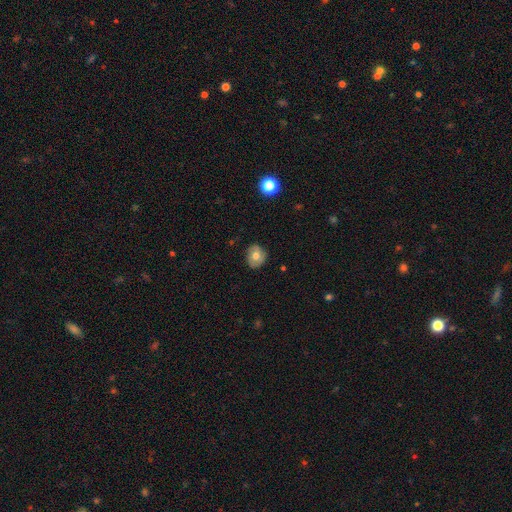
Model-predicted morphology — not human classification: type=smooth (64%); roundness=round (73%); merging=none (82%).